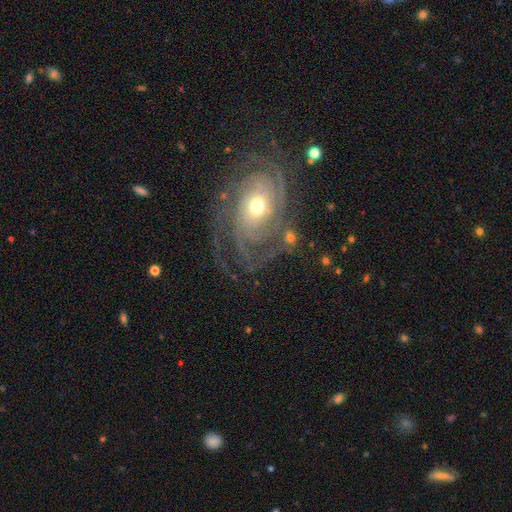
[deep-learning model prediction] This is clearly a featured or disk galaxy (87%). It is clearly not viewed edge-on (96%). Bar: likely no (70%). Spiral arm pattern: clearly yes (97%). Spiral arm count: marginally 3 (25%). Spiral winding: likely tight (71%). Central bulge: possibly moderate (58%). Merging: likely none (74%).